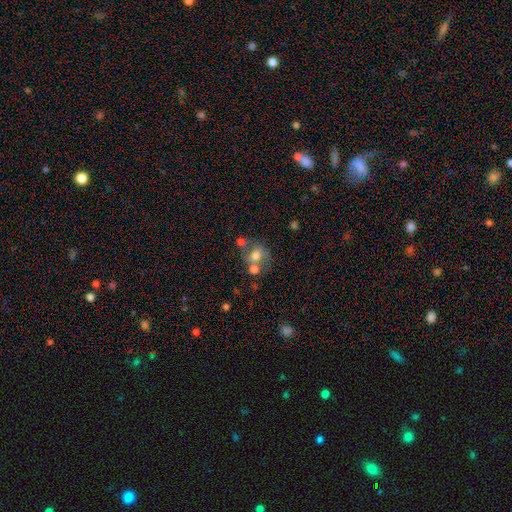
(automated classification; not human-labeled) Morphology: type=smooth (61%); roundness=round (67%); merging=none (44%).